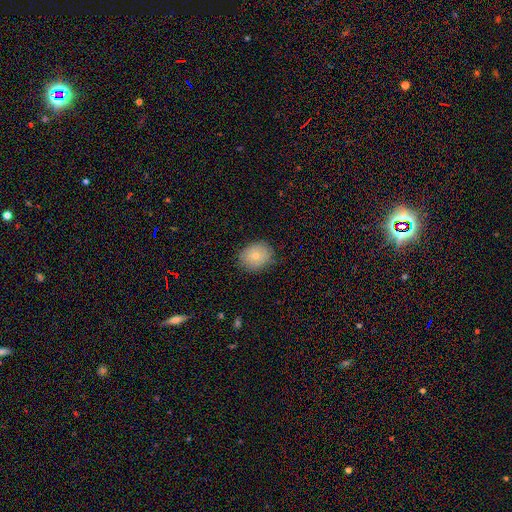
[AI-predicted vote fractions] smooth 76%, featured or disk 16%, star or artifact 8%. Down the decision tree: how rounded — in between (50%); merging — none (77%).